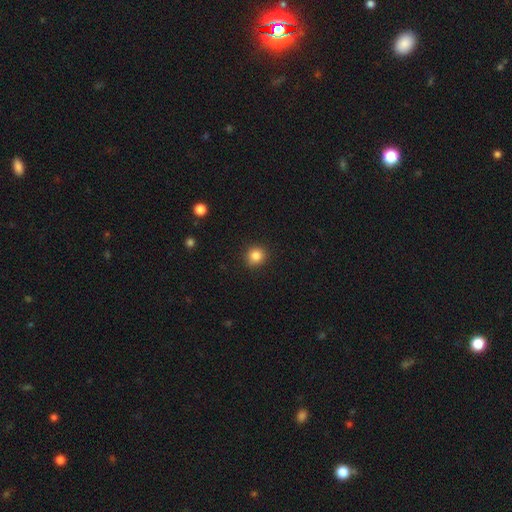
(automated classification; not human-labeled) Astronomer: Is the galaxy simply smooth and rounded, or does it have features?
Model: smooth — 85%.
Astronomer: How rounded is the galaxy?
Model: round — 89%.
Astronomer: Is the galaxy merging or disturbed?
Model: none — 89%.